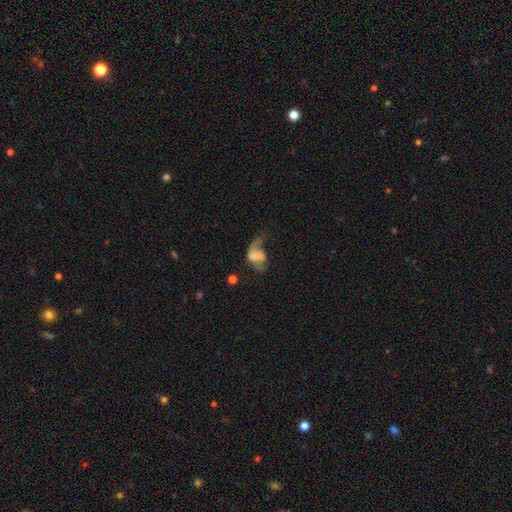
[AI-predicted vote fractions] Smooth or featured? featured or disk (46%)
Merging? major disturbance (56%)